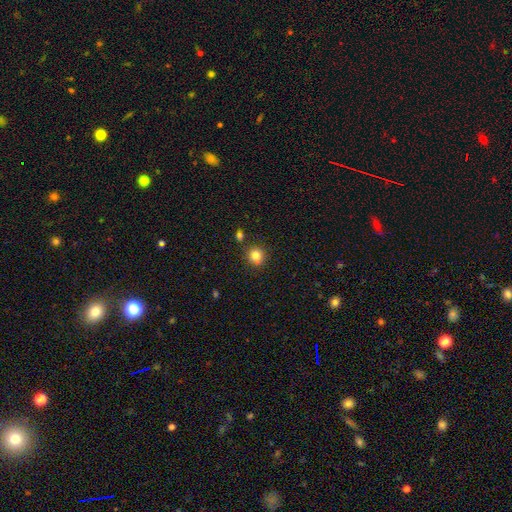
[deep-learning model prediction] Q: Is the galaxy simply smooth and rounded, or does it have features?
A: smooth — 83%.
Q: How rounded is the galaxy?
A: round — 90%.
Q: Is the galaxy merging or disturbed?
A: none — 84%.